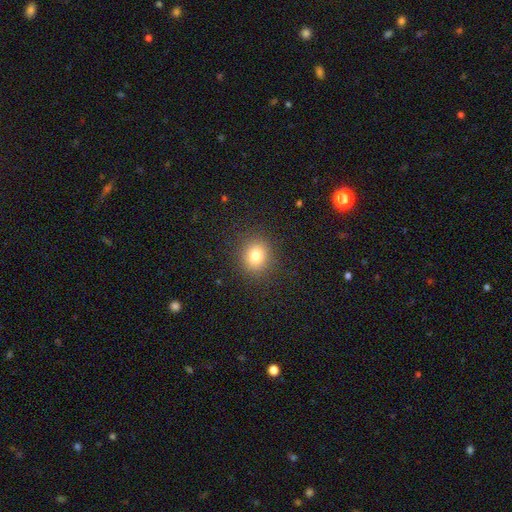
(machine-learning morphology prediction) type=smooth (79%); roundness=round (78%); merging=none (89%).